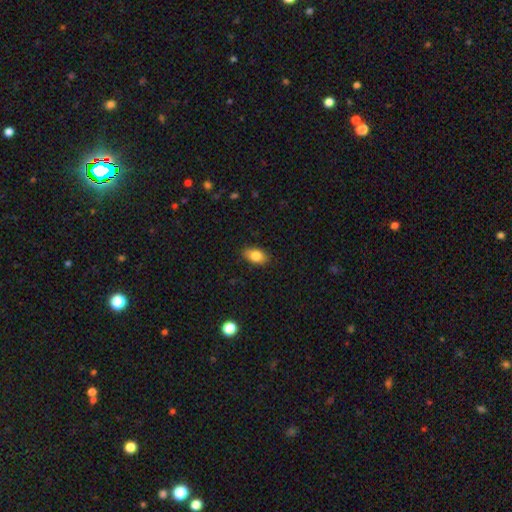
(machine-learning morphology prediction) Overall: smooth (82%). How rounded: in between (89%). Merging: none (87%).